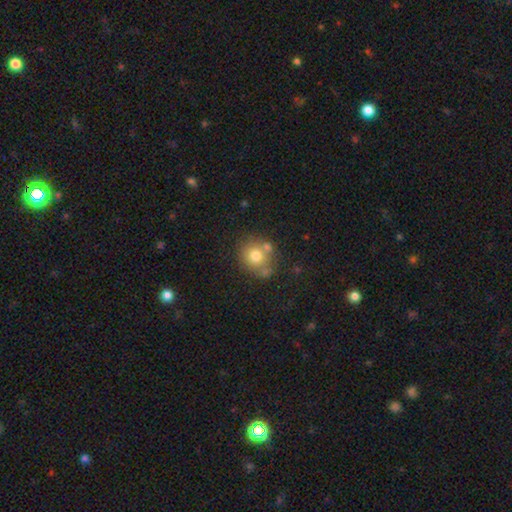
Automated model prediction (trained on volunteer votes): Smooth or featured: smooth — 73% (featured or disk — 16%)
How rounded: round — 82% (in between — 17%)
Merging: none — 60% (merger — 20%)